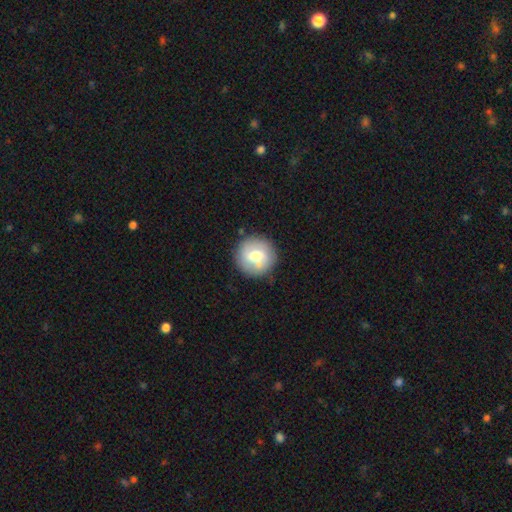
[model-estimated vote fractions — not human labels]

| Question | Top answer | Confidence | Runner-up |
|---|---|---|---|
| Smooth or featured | smooth | 56% | featured or disk (36%) |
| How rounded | round | 94% | in between (5%) |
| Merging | none | 81% | minor disturbance (11%) |